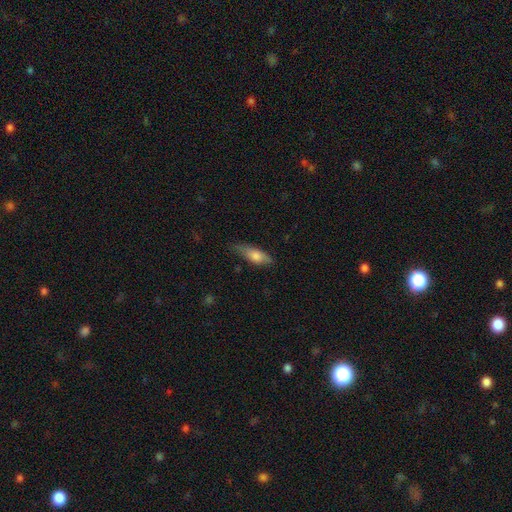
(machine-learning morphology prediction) Smooth or featured: smooth — 73% (featured or disk — 21%)
How rounded: in between — 65% (cigar-shaped — 33%)
Merging: none — 62% (minor disturbance — 30%)